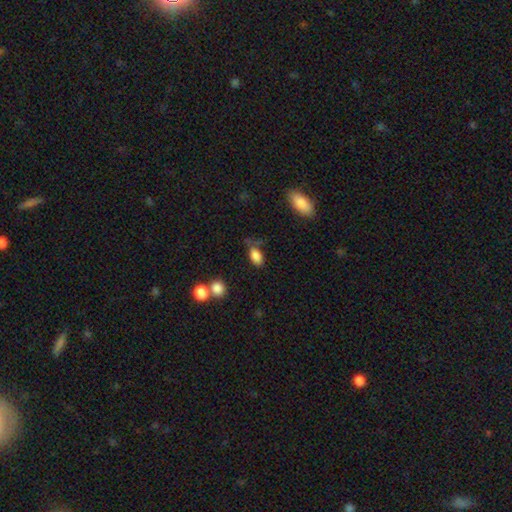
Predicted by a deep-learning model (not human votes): Smooth or featured? Predicted: smooth (p=0.84). How rounded? Predicted: in between (p=0.90). Merging? Predicted: none (p=0.56).